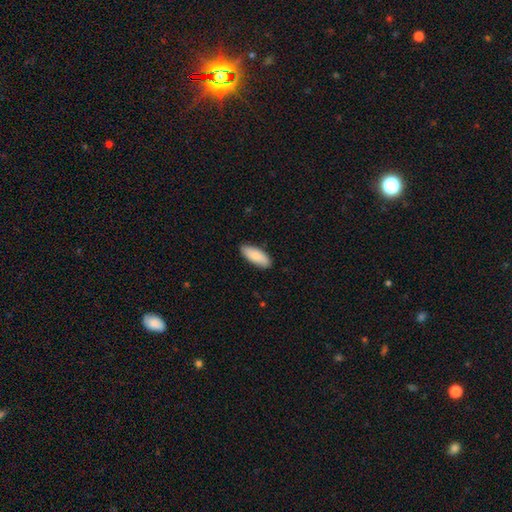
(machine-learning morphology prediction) smooth-or-featured: smooth: 86% | featured or disk: 8% | star or artifact: 5%
  how-rounded: in between: 79% | cigar-shaped: 20% | round: 2%
  merging: none: 87% | minor disturbance: 11% | major disturbance: 2% | merger: 1%